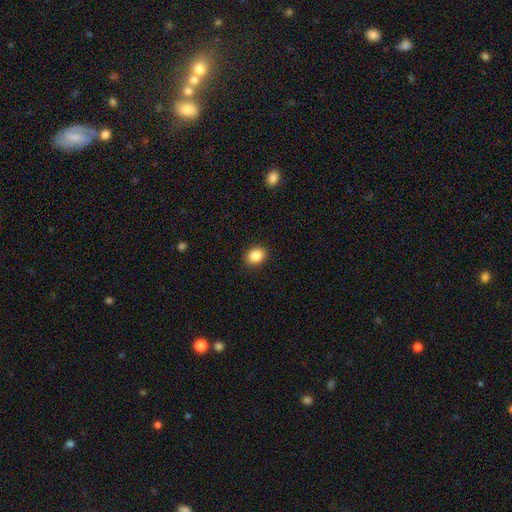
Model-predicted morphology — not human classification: This appears to be a smooth galaxy with no disk features (87%) that is in between round and cigar-shaped (53%). Merging: none (90%).